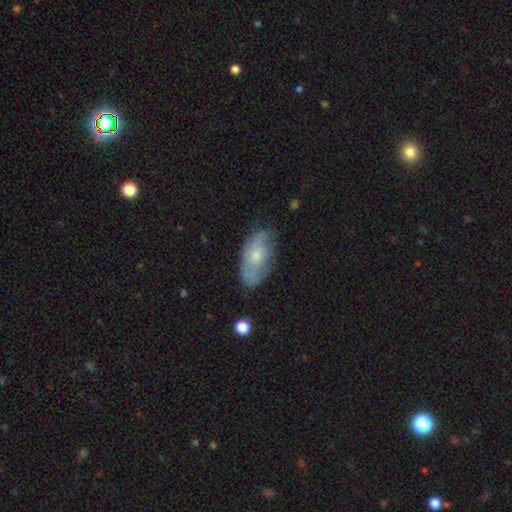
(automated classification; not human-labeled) Morphology: type=featured or disk (52%); edge-on=no (91%); merging=none (63%).